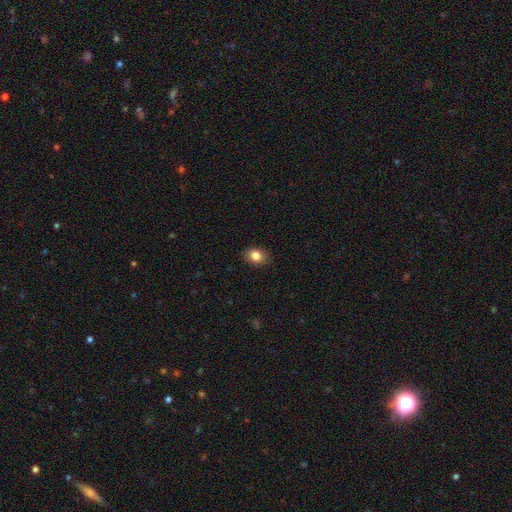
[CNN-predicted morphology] Smooth or featured? smooth (85%)
How rounded? in between (69%)
Merging? none (88%)